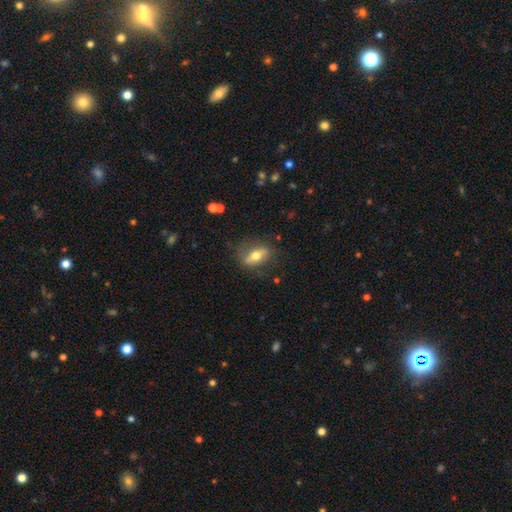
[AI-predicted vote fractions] Q: Smooth or featured?
A: smooth (51%); runner-up: featured or disk (42%)
Q: How rounded?
A: in between (71%); runner-up: cigar-shaped (18%)
Q: Merging?
A: none (74%); runner-up: minor disturbance (17%)